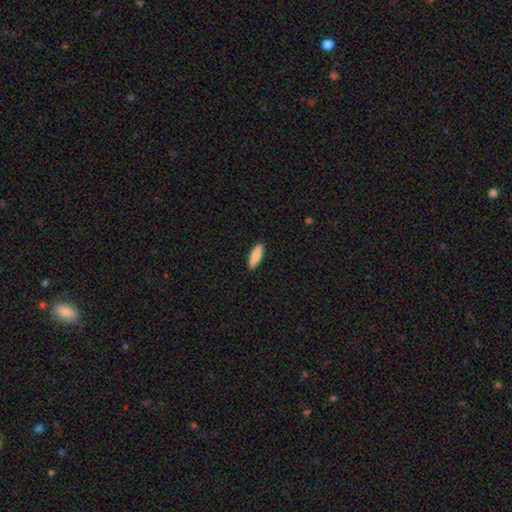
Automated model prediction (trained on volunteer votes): Smooth or featured?
  - smooth: 87% *
  - featured or disk: 8%
  - star or artifact: 6%
How rounded?
  - in between: 52% *
  - cigar-shaped: 47%
  - round: 2%
Merging?
  - none: 90% *
  - minor disturbance: 8%
  - major disturbance: 2%
  - merger: 1%